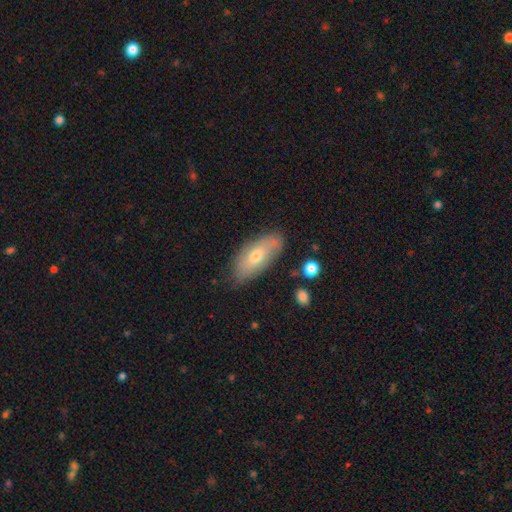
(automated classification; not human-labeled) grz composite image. It shows a smooth galaxy with no disk features (53%) that is in between round and cigar-shaped (81%). Merging: none (79%).